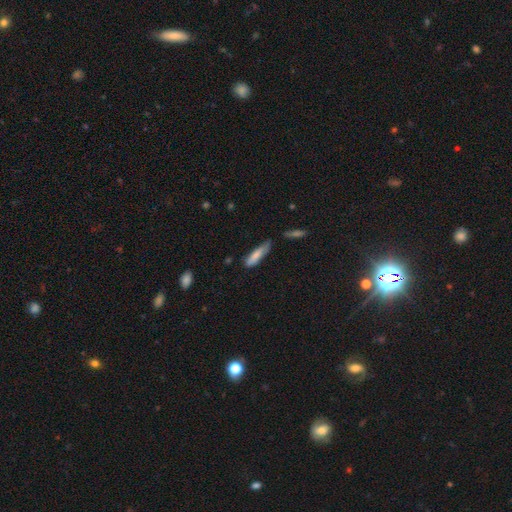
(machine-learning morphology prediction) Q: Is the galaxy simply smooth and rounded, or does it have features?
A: smooth — 78%.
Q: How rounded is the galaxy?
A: cigar-shaped — 70%.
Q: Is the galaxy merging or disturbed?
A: none — 51%.